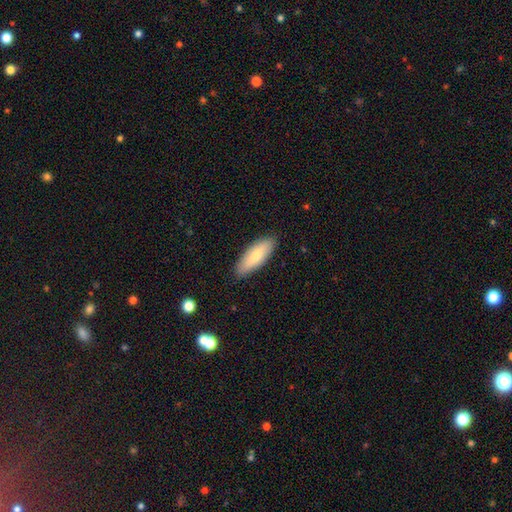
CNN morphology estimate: Smooth or featured? Predicted: smooth (p=0.73). How rounded? Predicted: in between (p=0.68). Merging? Predicted: none (p=0.87).